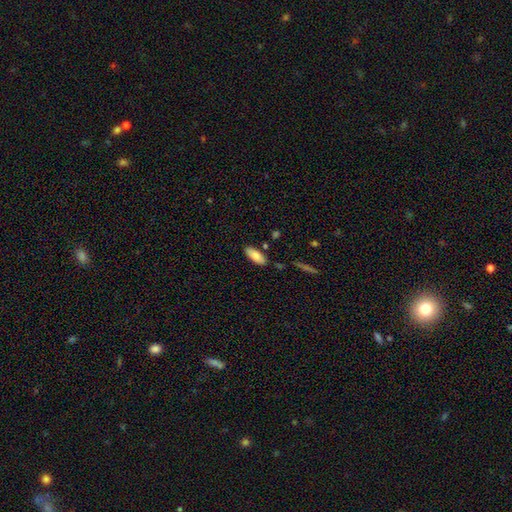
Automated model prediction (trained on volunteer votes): Overall: smooth (79%). How rounded: in between (82%). Merging: none (83%).